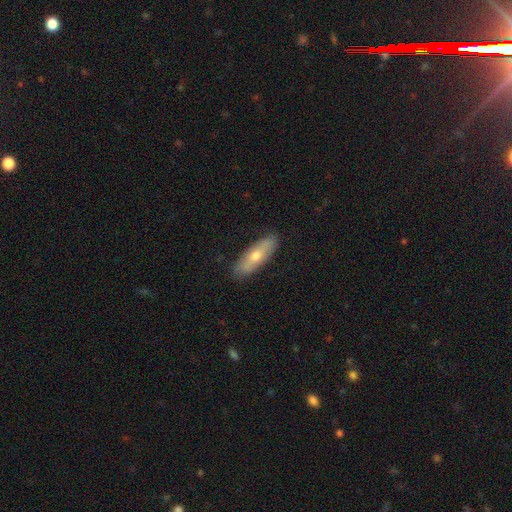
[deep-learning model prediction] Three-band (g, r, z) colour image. It shows a smooth galaxy with no disk features (59%) that is cigar-shaped (49%, tied with in between). Merging: none (87%).